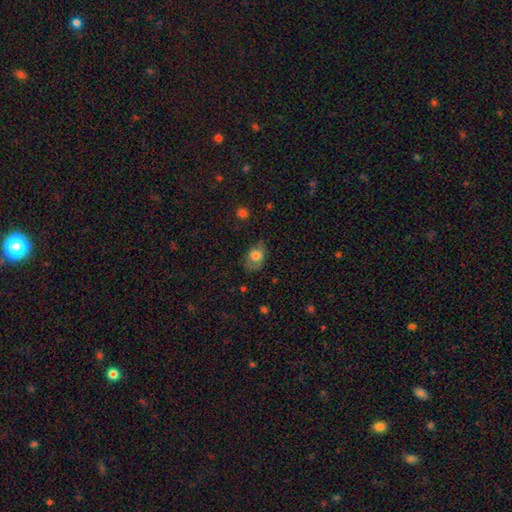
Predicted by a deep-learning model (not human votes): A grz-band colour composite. It shows a smooth galaxy with no disk features (74%) that is in between round and cigar-shaped (74%). Merging: none (64%).